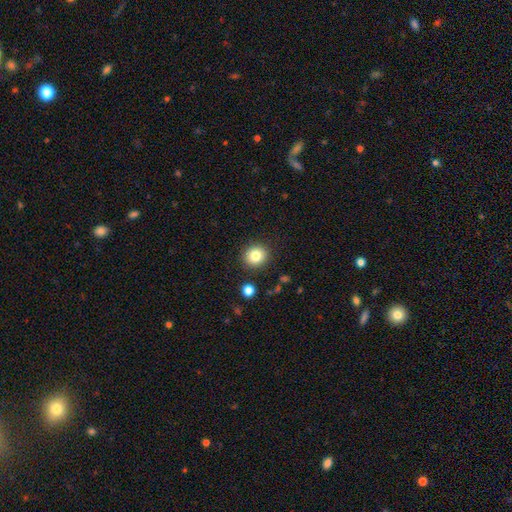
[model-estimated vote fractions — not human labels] This appears to be a smooth galaxy with no disk features (82%) that is round (85%). Merging: none (88%).